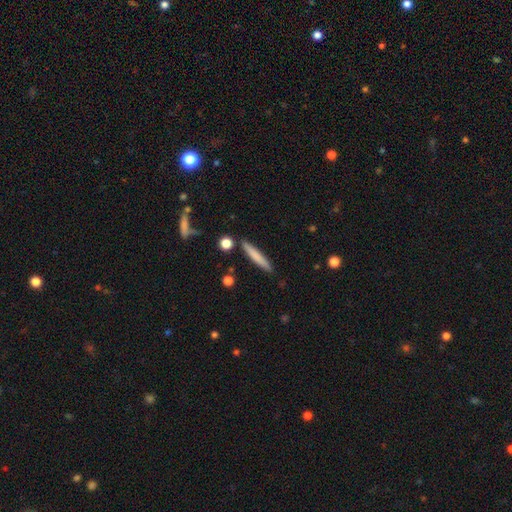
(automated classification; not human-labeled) smooth-or-featured: smooth: 74% | featured or disk: 20% | star or artifact: 6%
  how-rounded: cigar-shaped: 94% | in between: 4% | round: 1%
  merging: none: 88% | minor disturbance: 8% | merger: 3% | major disturbance: 2%